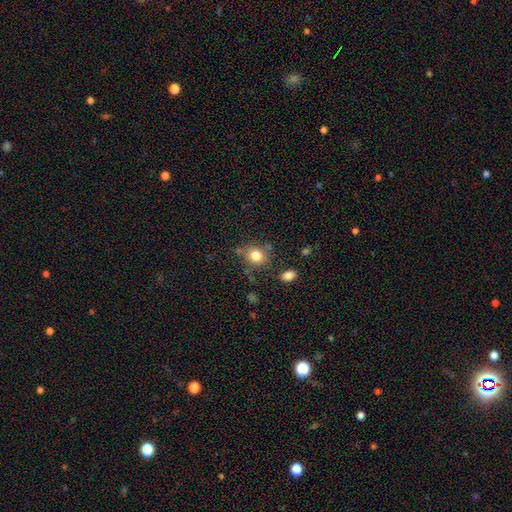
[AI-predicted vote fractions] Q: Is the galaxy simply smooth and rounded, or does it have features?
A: smooth — 80%.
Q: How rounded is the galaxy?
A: round — 77%.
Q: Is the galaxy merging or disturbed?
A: none — 74%.